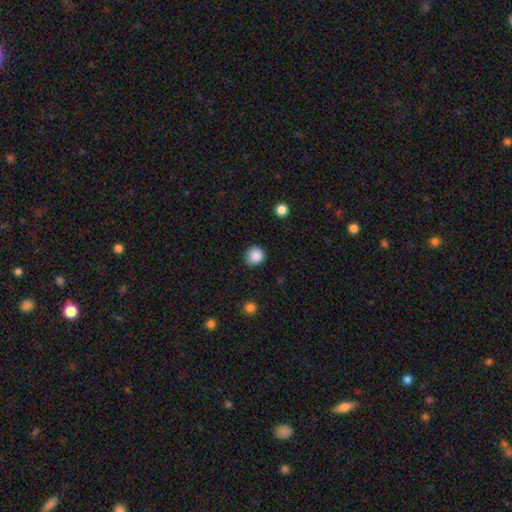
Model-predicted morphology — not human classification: A smooth galaxy with no disk features (88%) that is round (94%). Merging: none (87%).